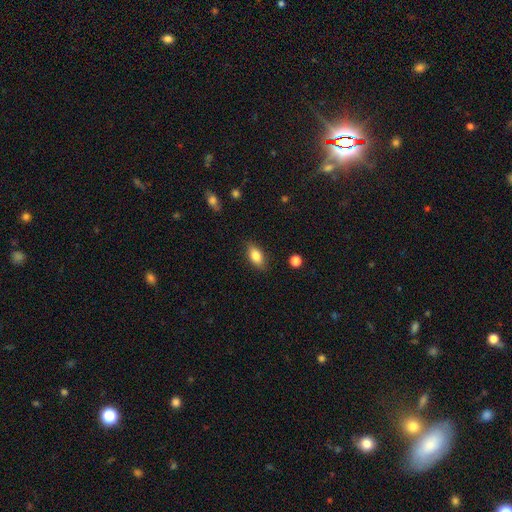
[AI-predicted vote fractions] A smooth galaxy with no disk features (82%) that is in between round and cigar-shaped (88%).

Vote fractions:
- Smooth or featured? smooth: 82% / featured or disk: 10% / star or artifact: 8%
- How rounded? in between: 88% / cigar-shaped: 6% / round: 6%
- Merging? none: 85% / minor disturbance: 11% / major disturbance: 3% / merger: 1%